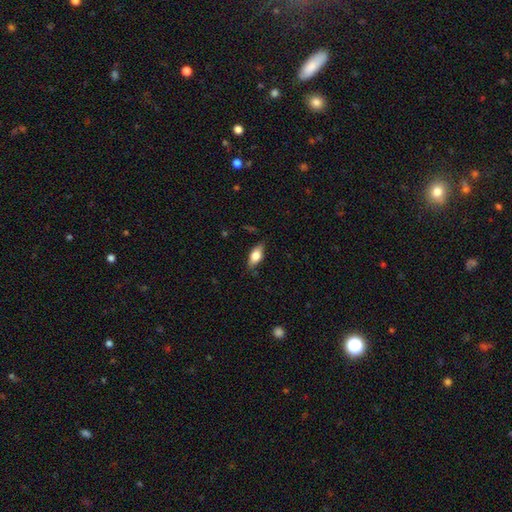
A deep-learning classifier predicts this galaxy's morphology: This is likely a smooth galaxy (68%). How rounded: clearly in between (83%). Merging: likely none (79%).